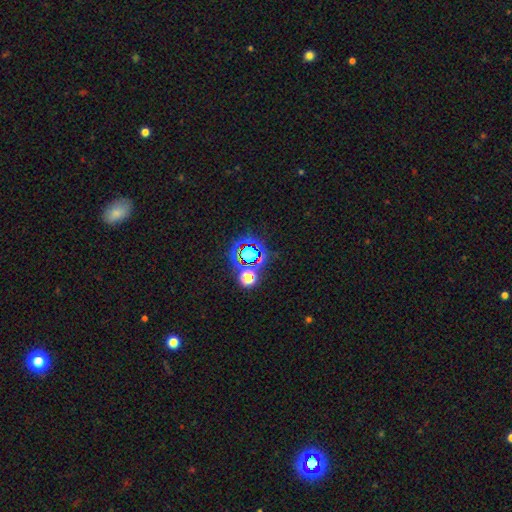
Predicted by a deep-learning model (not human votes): This appears to be a star or artifact, not a galaxy (76%).